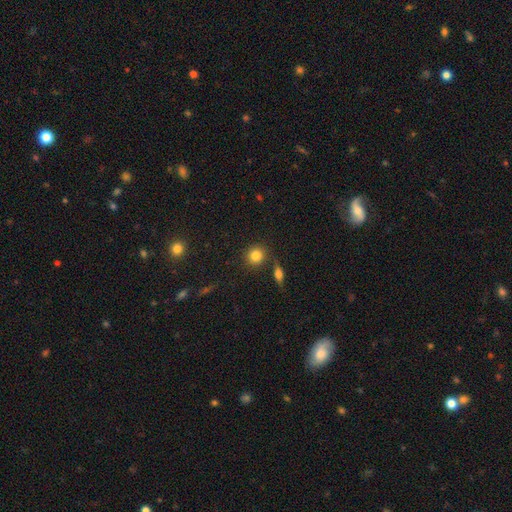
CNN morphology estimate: smooth_or_featured: smooth (p=0.82) [alt: star or artifact p=0.10]
how_rounded: round (p=0.87) [alt: in between p=0.12]
merging: none (p=0.77) [alt: merger p=0.10]